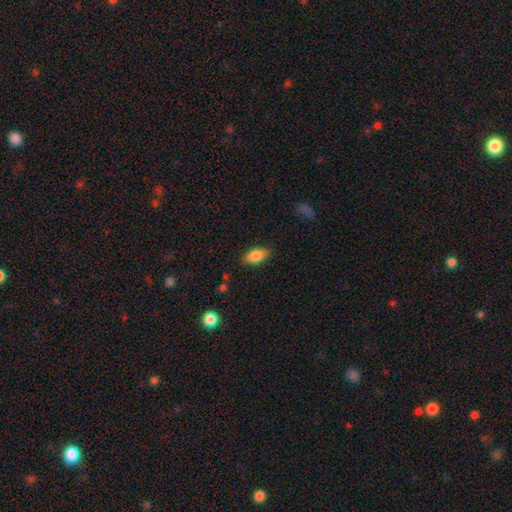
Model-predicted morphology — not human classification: Overall: smooth (83%). How rounded: in between (89%). Merging: none (84%).